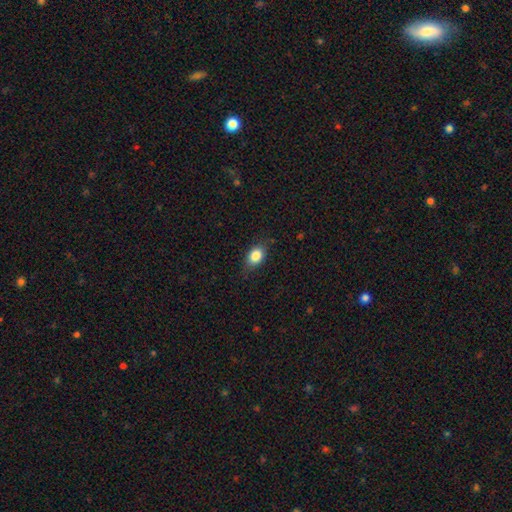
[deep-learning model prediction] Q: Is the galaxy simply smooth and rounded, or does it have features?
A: smooth — 84%.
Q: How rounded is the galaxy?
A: in between — 73%.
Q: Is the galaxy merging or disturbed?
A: none — 78%.